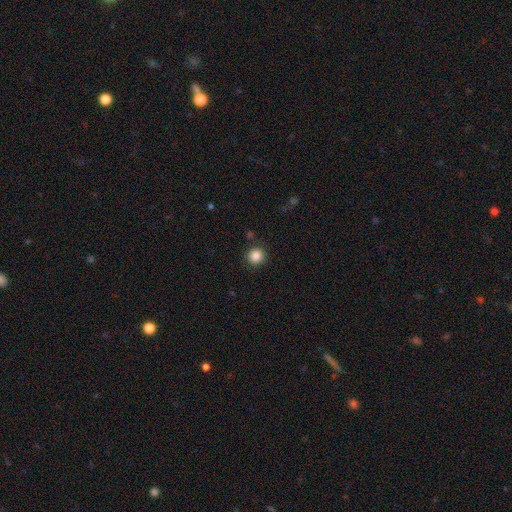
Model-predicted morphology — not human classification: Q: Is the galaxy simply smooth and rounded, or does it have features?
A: smooth — 86%.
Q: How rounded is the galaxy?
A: round — 93%.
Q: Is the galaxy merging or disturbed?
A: none — 89%.